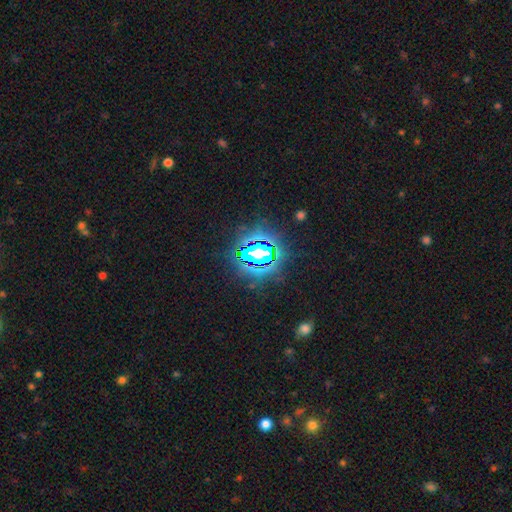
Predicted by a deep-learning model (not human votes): star or artifact 81%, smooth 12%, featured or disk 7%.